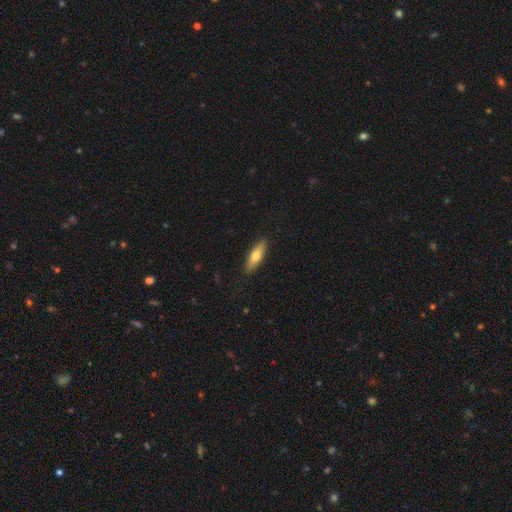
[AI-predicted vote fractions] A smooth galaxy with no disk features (65%) that is cigar-shaped (60%). Merging: none (88%).